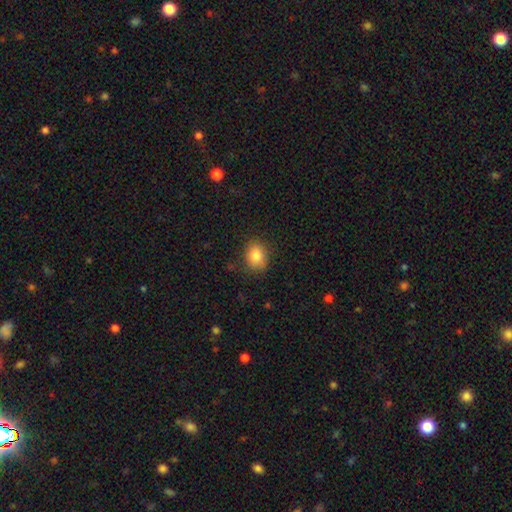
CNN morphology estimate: smooth 84%, star or artifact 9%, featured or disk 7%. Down the decision tree: how rounded — in between (52%); merging — none (82%).